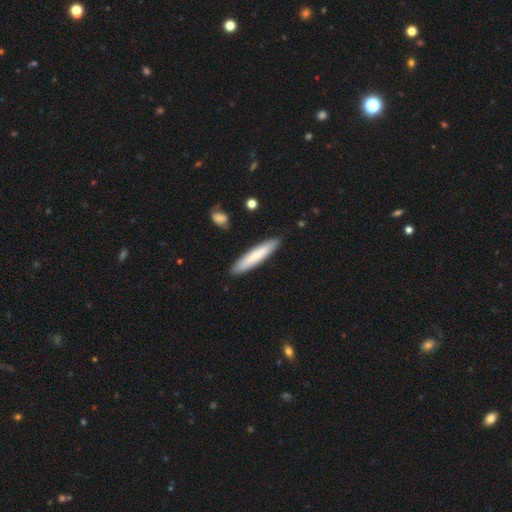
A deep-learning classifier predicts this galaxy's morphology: The model was most divided on "smooth or featured": smooth: 77%, featured or disk: 18%, star or artifact: 5%. More confident: merging — none (89%); how rounded — cigar-shaped (89%).